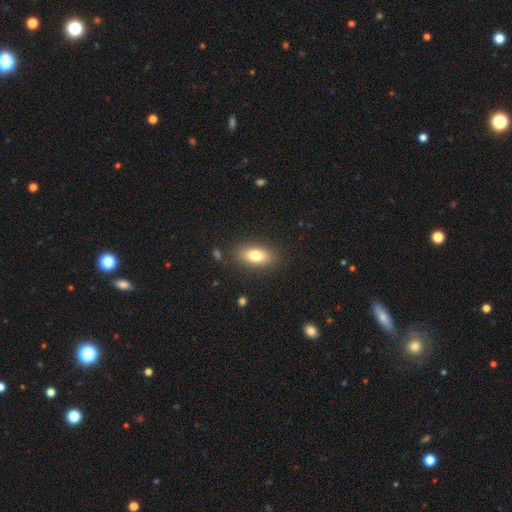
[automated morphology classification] smooth-or-featured: smooth: 78% | featured or disk: 14% | star or artifact: 8%
  how-rounded: in between: 85% | cigar-shaped: 9% | round: 6%
  merging: none: 86% | minor disturbance: 10% | major disturbance: 3% | merger: 2%